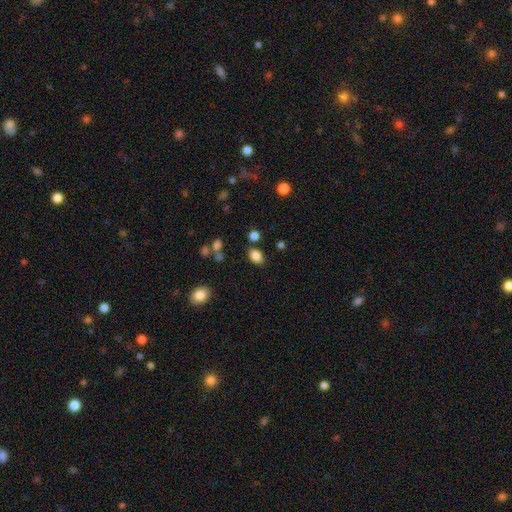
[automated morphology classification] A smooth galaxy with no disk features (84%) that is in between round and cigar-shaped (80%).

Vote fractions:
- Smooth or featured? smooth: 84% / star or artifact: 10% / featured or disk: 6%
- How rounded? in between: 80% / round: 19% / cigar-shaped: 1%
- Merging? none: 78% / minor disturbance: 12% / merger: 6% / major disturbance: 4%